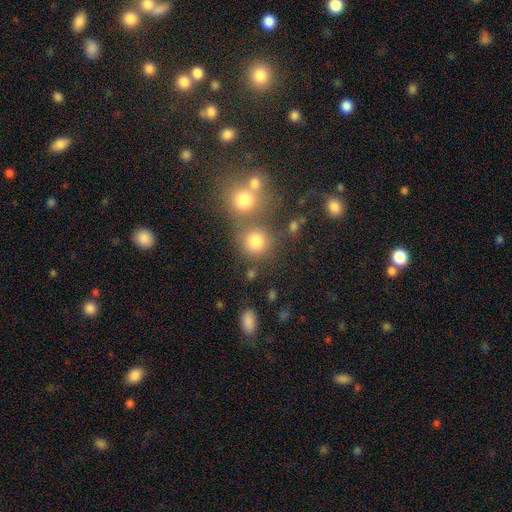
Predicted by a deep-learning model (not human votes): The model was most divided on "merging": none: 61%, merger: 25%, minor disturbance: 9%, major disturbance: 5%. More confident: how rounded — round (85%); smooth or featured — smooth (72%).